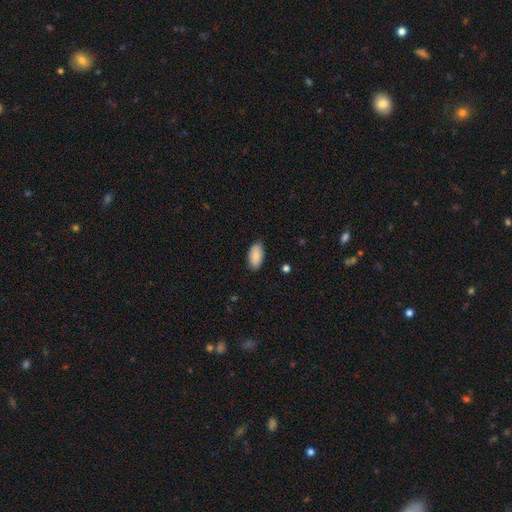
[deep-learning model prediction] This is clearly a smooth galaxy (87%). How rounded: clearly in between (94%). Merging: clearly none (85%).